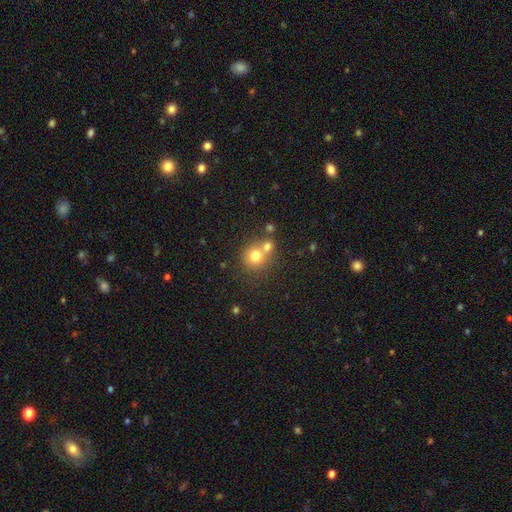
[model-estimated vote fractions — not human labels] Overall: smooth (74%). How rounded: round (86%). Merging: none (48%; merger 41%).